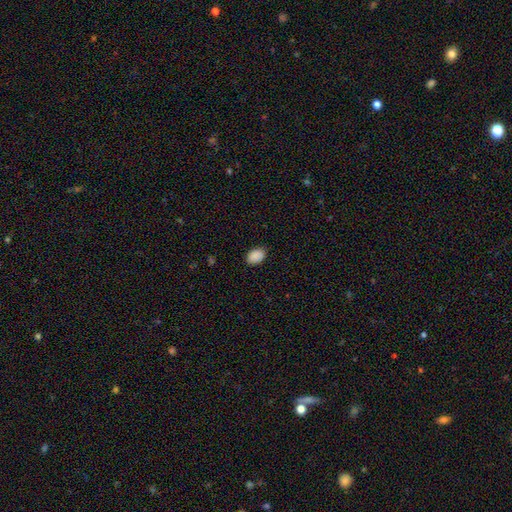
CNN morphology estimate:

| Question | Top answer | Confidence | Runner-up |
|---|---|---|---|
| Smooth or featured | smooth | 90% | star or artifact (7%) |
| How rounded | in between | 82% | round (17%) |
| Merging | none | 87% | minor disturbance (10%) |